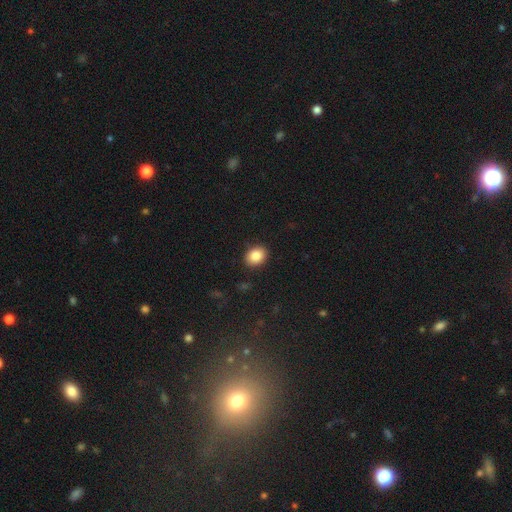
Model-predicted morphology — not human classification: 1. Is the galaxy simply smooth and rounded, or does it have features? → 86% smooth, 9% star or artifact, 6% featured or disk.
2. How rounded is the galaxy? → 59% in between, 40% round, 1% cigar-shaped.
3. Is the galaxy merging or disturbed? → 90% none, 7% minor disturbance, 2% major disturbance, 1% merger.